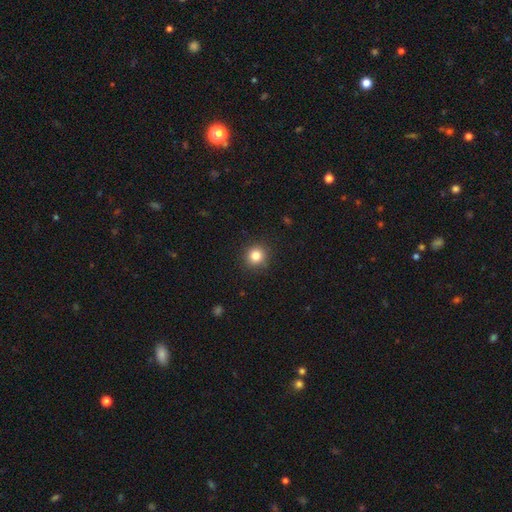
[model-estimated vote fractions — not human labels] A smooth galaxy with no disk features (83%) that is round (93%). Merging: none (90%).